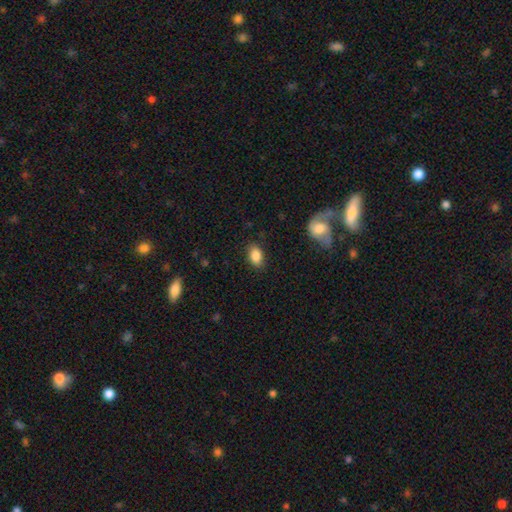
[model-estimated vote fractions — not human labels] smooth_or_featured: smooth (p=0.87) [alt: star or artifact p=0.08]
how_rounded: in between (p=0.86) [alt: round p=0.12]
merging: none (p=0.84) [alt: minor disturbance p=0.12]